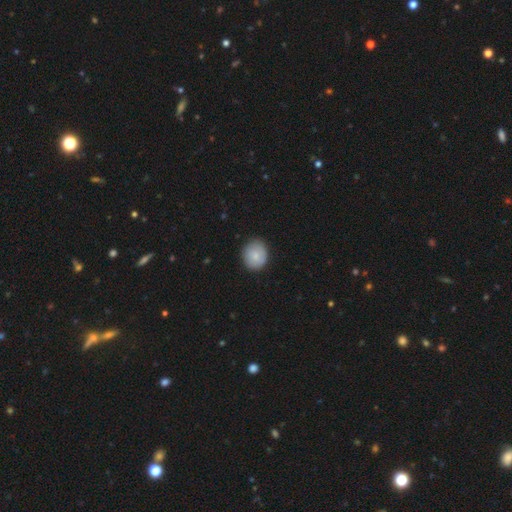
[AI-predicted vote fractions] Overall: smooth (81%). How rounded: round (76%). Merging: none (82%).